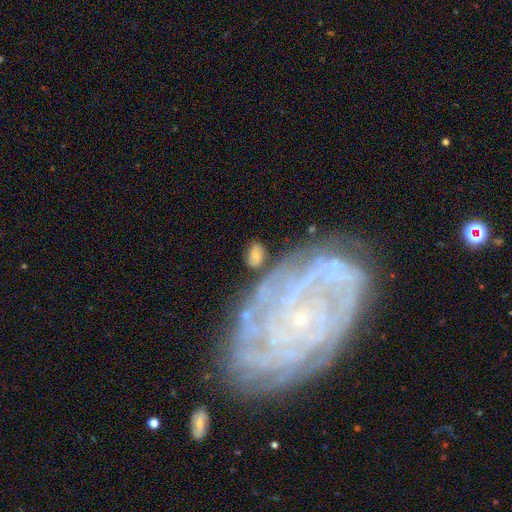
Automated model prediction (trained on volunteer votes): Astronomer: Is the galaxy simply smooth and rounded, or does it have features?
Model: smooth — 66%.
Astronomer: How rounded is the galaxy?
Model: in between — 86%.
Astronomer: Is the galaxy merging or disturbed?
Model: none — 67%.